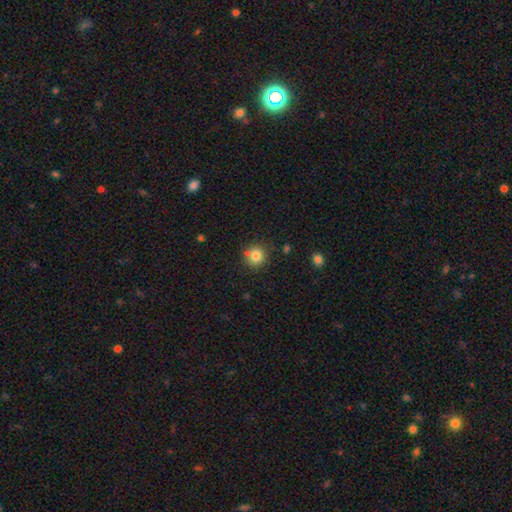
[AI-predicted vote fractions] smooth_or_featured: smooth (p=0.82) [alt: star or artifact p=0.11]
how_rounded: round (p=0.89) [alt: in between p=0.10]
merging: none (p=0.76) [alt: minor disturbance p=0.11]